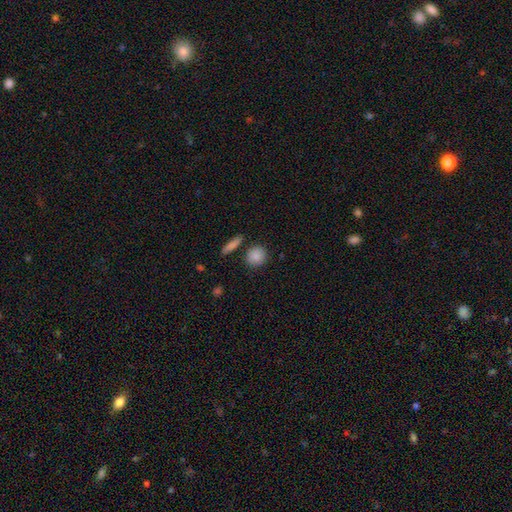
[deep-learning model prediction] Smooth or featured: smooth — 87% (star or artifact — 8%)
How rounded: round — 81% (in between — 17%)
Merging: none — 81% (minor disturbance — 10%)